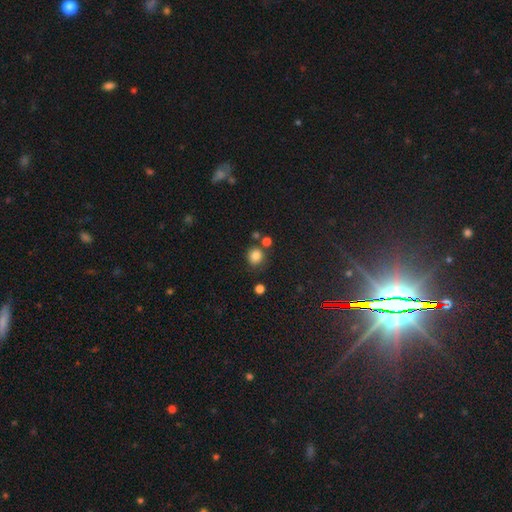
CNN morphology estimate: Smooth or featured?
  - smooth: 82% *
  - star or artifact: 13%
  - featured or disk: 5%
How rounded?
  - round: 85% *
  - in between: 14%
  - cigar-shaped: 1%
Merging?
  - none: 73% *
  - minor disturbance: 12%
  - merger: 11%
  - major disturbance: 4%